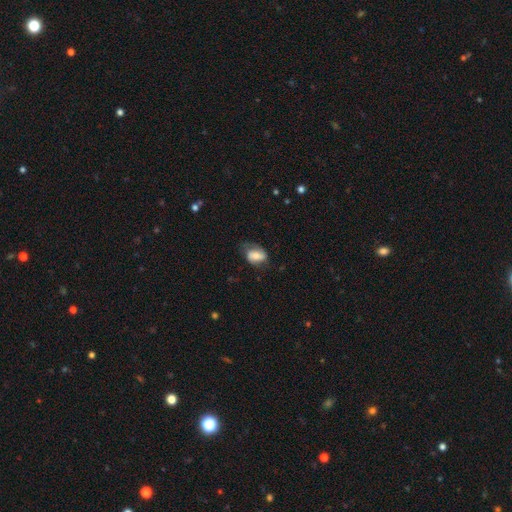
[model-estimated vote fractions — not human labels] Morphology: type=smooth (56%); roundness=in between (81%); merging=none (53%).